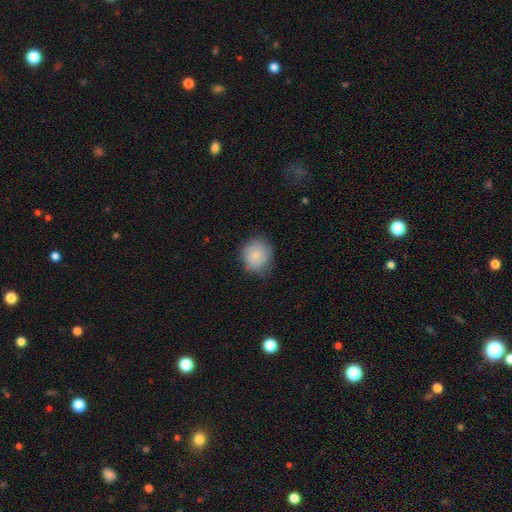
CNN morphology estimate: A smooth galaxy with no disk features (80%) that is round (86%). Merging: none (74%).